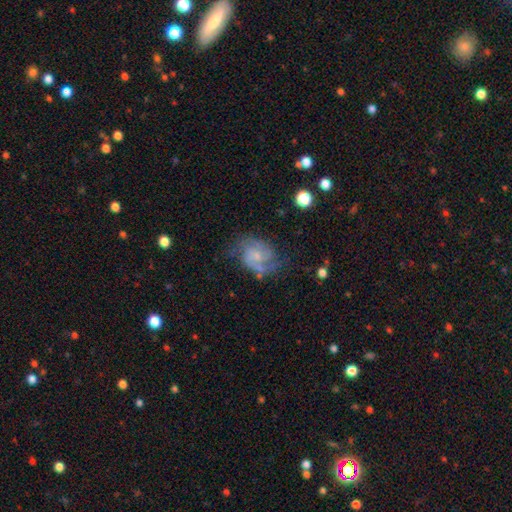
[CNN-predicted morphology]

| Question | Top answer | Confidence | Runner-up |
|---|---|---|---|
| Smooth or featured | featured or disk | 78% | smooth (14%) |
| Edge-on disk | no | 98% | yes (2%) |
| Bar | no | 59% | weak (36%) |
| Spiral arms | yes | 93% | no (7%) |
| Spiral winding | medium | 48% | tight (33%) |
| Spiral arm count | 2 | 69% | can't tell (14%) |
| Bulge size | small | 63% | moderate (23%) |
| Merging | none | 62% | minor disturbance (22%) |